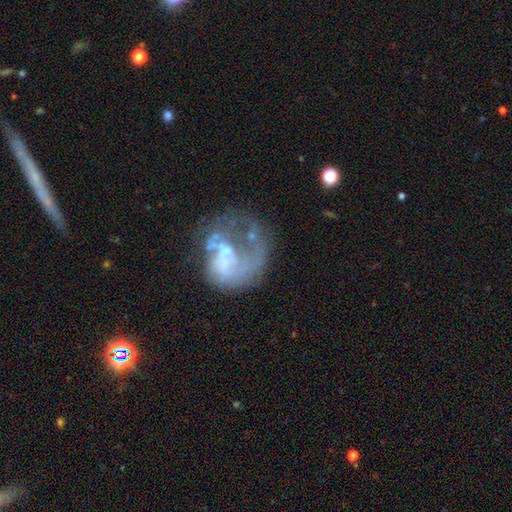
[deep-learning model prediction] A featured or disk galaxy (63%) with no bar (66%), spiral arms (52%) and a small central bulge (37%).

Vote fractions:
- Smooth or featured? featured or disk: 63% / smooth: 24% / star or artifact: 14%
- Edge-on disk? no: 97% / yes: 3%
- Bar? no: 66% / weak: 26% / strong: 8%
- Spiral arms? yes: 52% / no: 48%
- Bulge size? small: 37% / none: 29% / moderate: 27% / large: 4% / dominant: 2%
- Merging? major disturbance: 39% / none: 31% / minor disturbance: 15% / merger: 14%